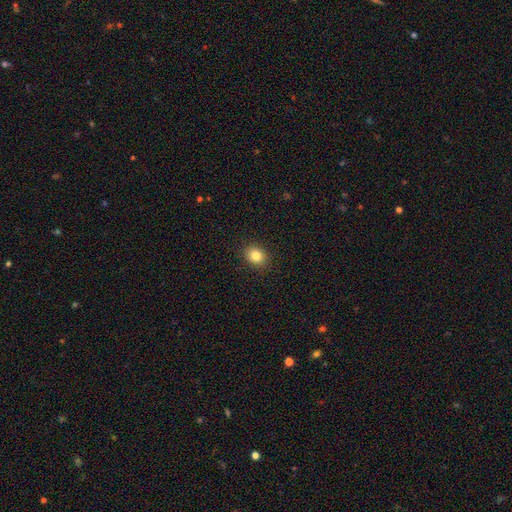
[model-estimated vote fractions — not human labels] Smooth or featured?
  - smooth: 84% *
  - star or artifact: 10%
  - featured or disk: 6%
How rounded?
  - round: 55% *
  - in between: 44%
  - cigar-shaped: 1%
Merging?
  - none: 90% *
  - minor disturbance: 7%
  - major disturbance: 2%
  - merger: 1%